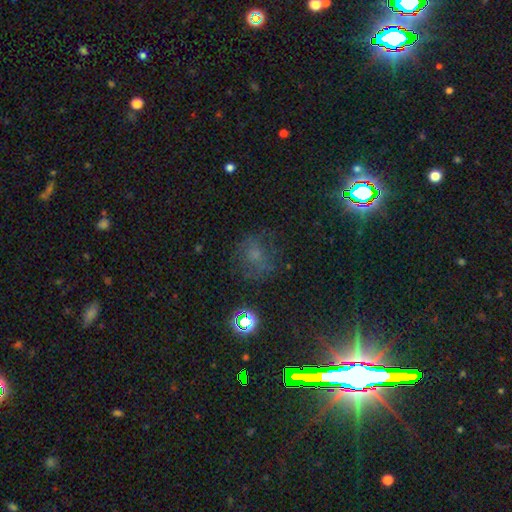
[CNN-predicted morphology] Q: Smooth or featured?
A: star or artifact (41%); runner-up: smooth (39%)